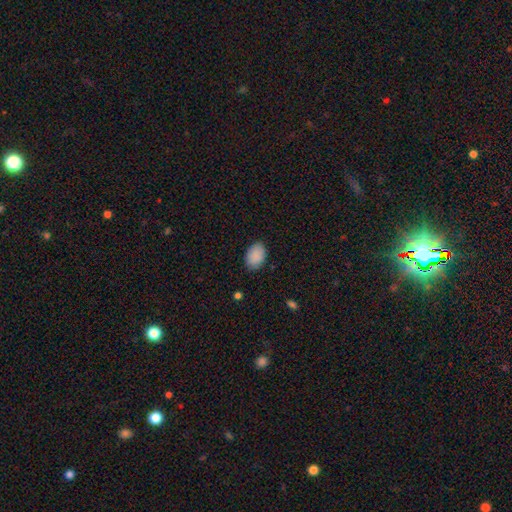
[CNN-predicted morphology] A smooth galaxy with no disk features (89%) that is in between round and cigar-shaped (83%). Merging: none (83%).